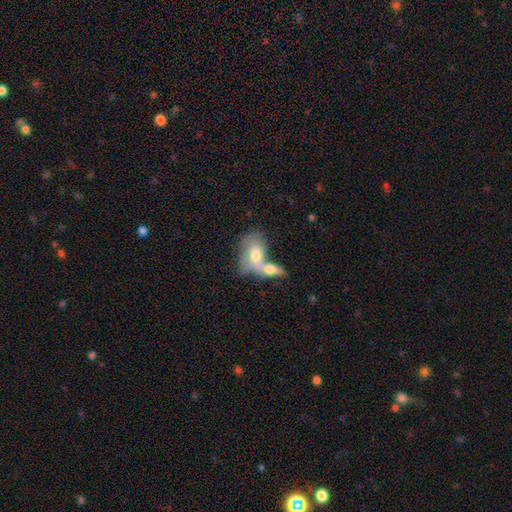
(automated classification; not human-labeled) The model was most divided on "smooth or featured": smooth: 61%, featured or disk: 32%, star or artifact: 7%. More confident: how rounded — in between (85%); merging — merger (71%).